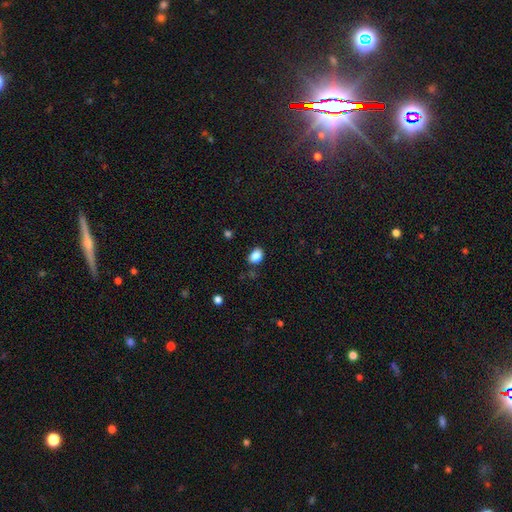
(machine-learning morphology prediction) Smooth or featured: smooth — 87% (star or artifact — 9%)
How rounded: in between — 77% (round — 22%)
Merging: none — 77% (minor disturbance — 17%)